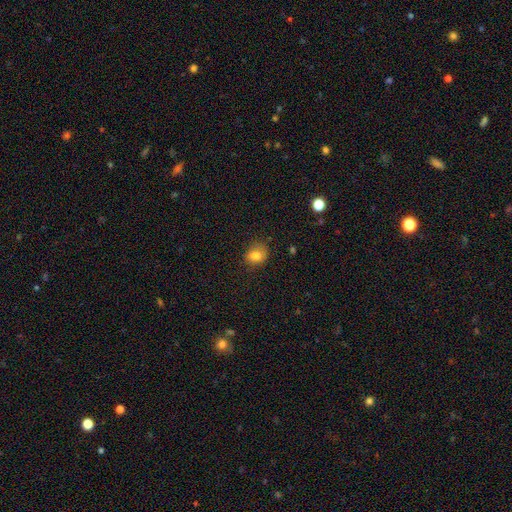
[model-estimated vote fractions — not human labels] A smooth galaxy with no disk features (80%) that is round (57%). Merging: none (67%).